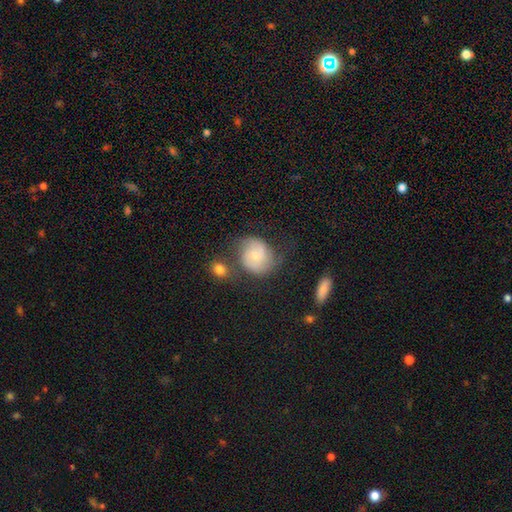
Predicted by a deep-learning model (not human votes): A featured or disk galaxy (55%) with no bar (65%), spiral arms (86%) and a small central bulge (51%).

Vote fractions:
- Smooth or featured? featured or disk: 55% / smooth: 37% / star or artifact: 8%
- Edge-on disk? no: 97% / yes: 3%
- Bar? no: 65% / weak: 30% / strong: 5%
- Spiral arms? yes: 86% / no: 14%
- Bulge size? small: 51% / moderate: 43% / large: 2% / none: 2% / dominant: 1%
- Merging? none: 53% / minor disturbance: 23% / major disturbance: 12% / merger: 12%